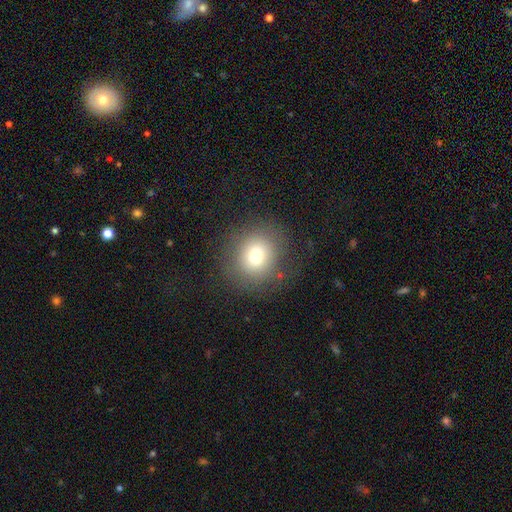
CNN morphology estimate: This is likely a smooth galaxy (74%). How rounded: likely round (80%). Merging: likely none (80%).